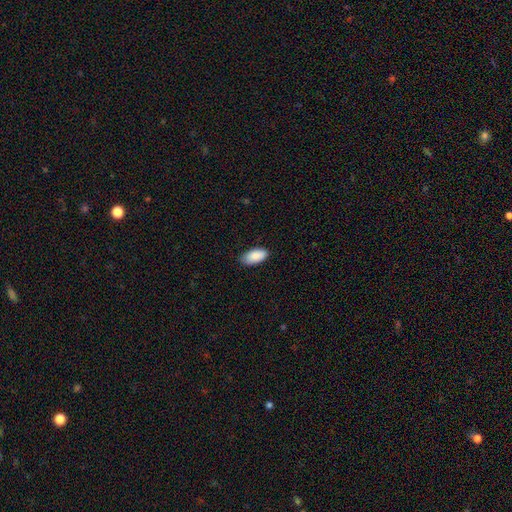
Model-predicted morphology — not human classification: Smooth or featured: smooth — 89% (star or artifact — 6%)
How rounded: in between — 94% (cigar-shaped — 4%)
Merging: none — 82% (minor disturbance — 15%)